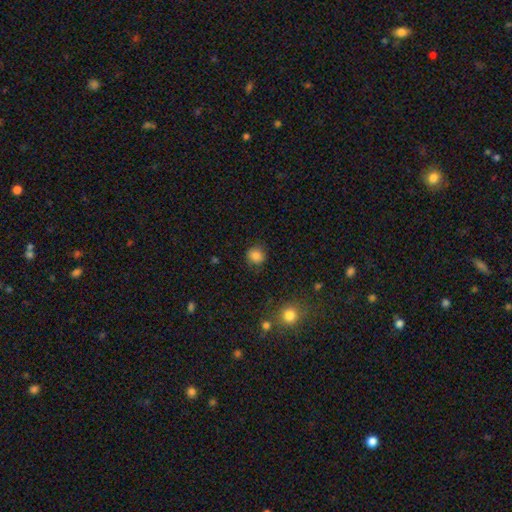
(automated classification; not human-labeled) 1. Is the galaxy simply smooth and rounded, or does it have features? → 84% smooth, 11% star or artifact, 5% featured or disk.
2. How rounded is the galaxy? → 88% round, 11% in between, 1% cigar-shaped.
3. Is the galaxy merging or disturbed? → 85% none, 10% minor disturbance, 3% major disturbance, 2% merger.